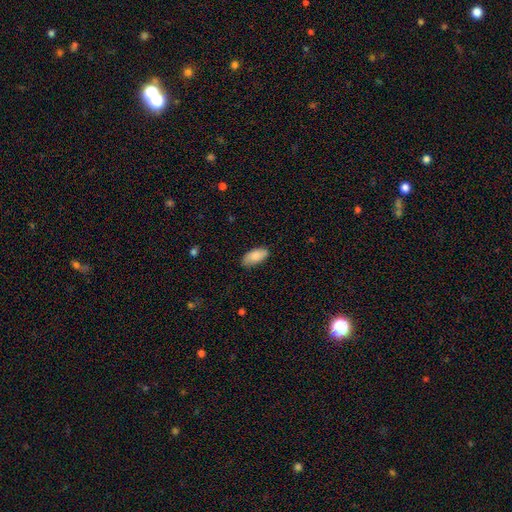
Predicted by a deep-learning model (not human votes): A smooth galaxy with no disk features (86%) that is in between round and cigar-shaped (91%). Merging: none (80%).